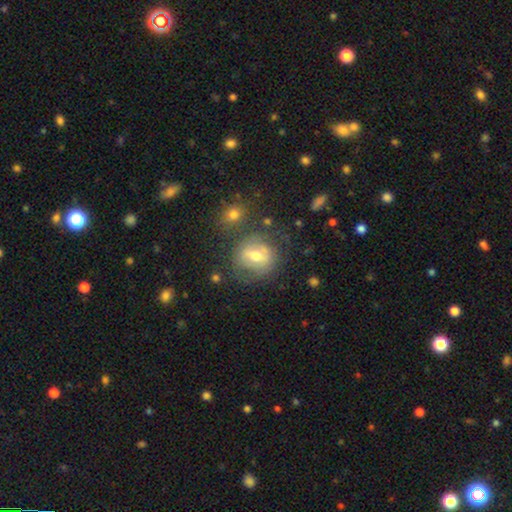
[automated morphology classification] Q: Smooth or featured?
A: smooth (46%); runner-up: featured or disk (45%)
Q: Merging?
A: none (63%); runner-up: minor disturbance (20%)